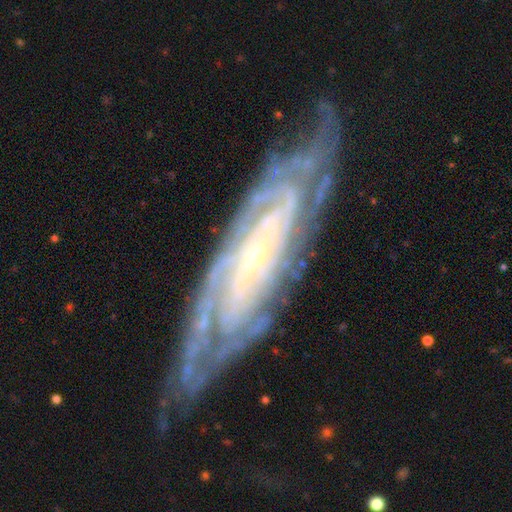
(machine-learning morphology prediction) This is clearly a featured or disk galaxy (88%). It is clearly not viewed edge-on (84%). Bar: possibly no (55%). Spiral arm pattern: clearly yes (97%). Spiral arm count: marginally can't tell (35%). Spiral winding: likely tight (76%). Central bulge: clearly small (83%). Merging: likely none (75%).